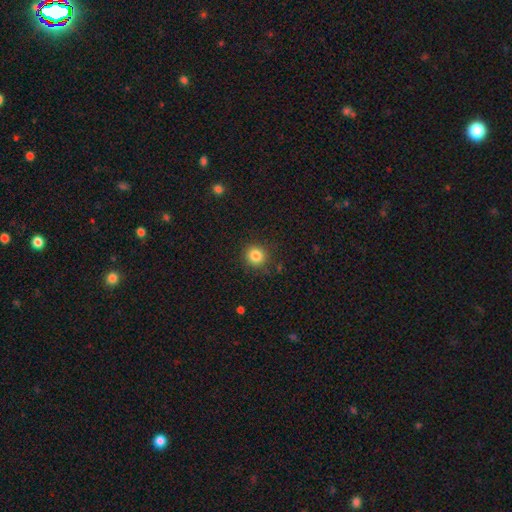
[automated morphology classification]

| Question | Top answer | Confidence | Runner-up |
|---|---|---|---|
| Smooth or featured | smooth | 84% | star or artifact (11%) |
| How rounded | round | 93% | in between (6%) |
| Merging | none | 88% | minor disturbance (8%) |